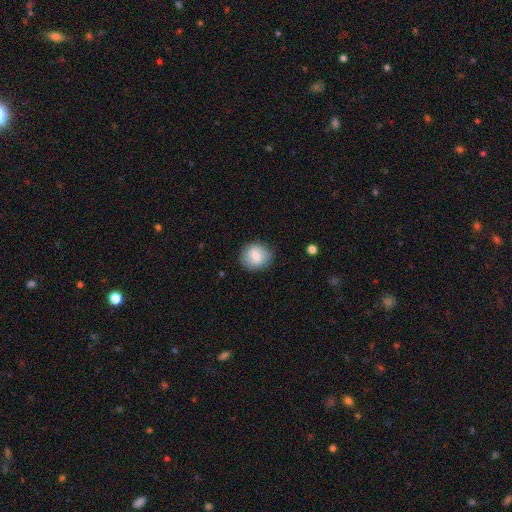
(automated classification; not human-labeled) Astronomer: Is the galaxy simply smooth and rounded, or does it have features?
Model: smooth — 73%.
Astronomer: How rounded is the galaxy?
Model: round — 78%.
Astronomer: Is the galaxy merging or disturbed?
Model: none — 83%.